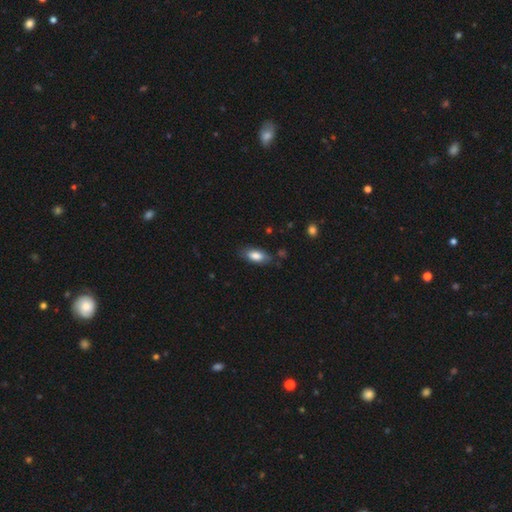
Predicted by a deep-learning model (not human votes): Overall: smooth (82%). How rounded: in between (86%). Merging: none (78%).